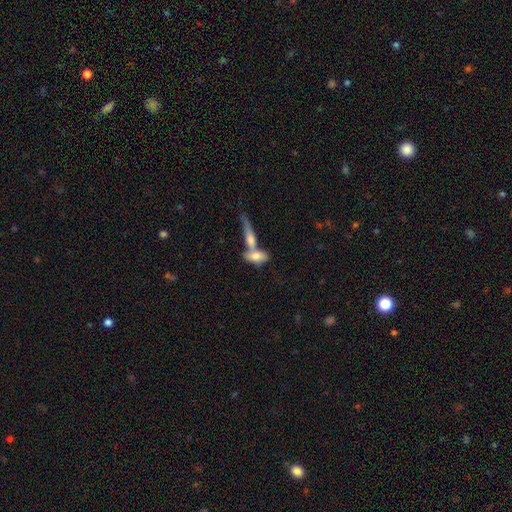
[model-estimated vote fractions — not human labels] A smooth galaxy with no disk features (67%) that is in between round and cigar-shaped (69%).

Vote fractions:
- Smooth or featured? smooth: 67% / featured or disk: 26% / star or artifact: 7%
- How rounded? in between: 69% / cigar-shaped: 25% / round: 5%
- Merging? merger: 59% / none: 28% / minor disturbance: 9% / major disturbance: 5%